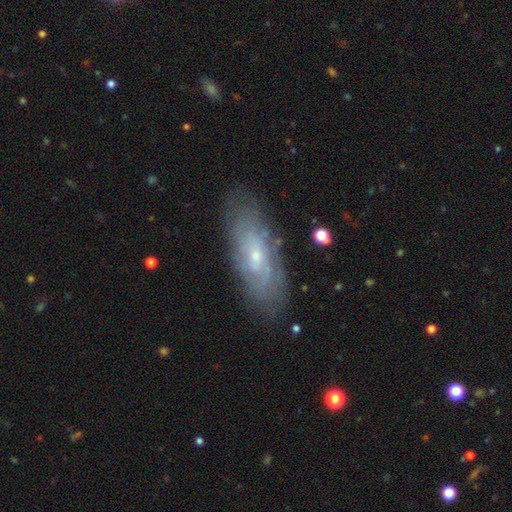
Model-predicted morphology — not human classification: Smooth or featured: featured or disk — 67% (smooth — 26%)
Edge-on disk: no — 83% (yes — 17%)
Bar: no — 69% (weak — 26%)
Spiral arms: yes — 74% (no — 26%)
Bulge size: small — 69% (moderate — 26%)
Merging: none — 78% (minor disturbance — 16%)